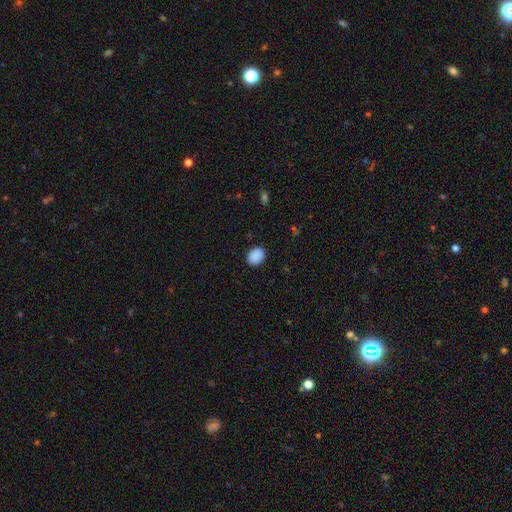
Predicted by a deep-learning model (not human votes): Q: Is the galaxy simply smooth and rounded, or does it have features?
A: smooth — 89%.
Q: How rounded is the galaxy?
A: in between — 52%.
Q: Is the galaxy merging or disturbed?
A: none — 88%.